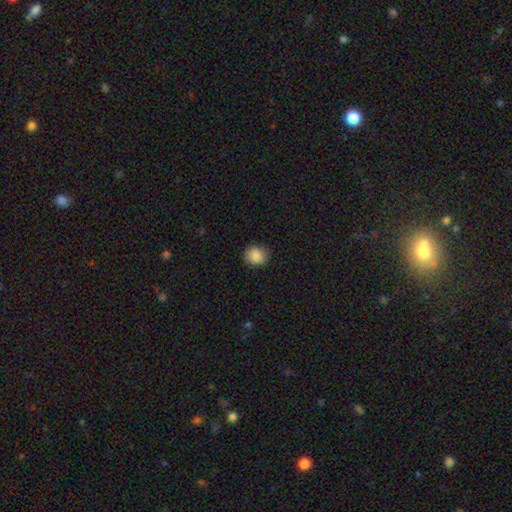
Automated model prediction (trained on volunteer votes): Morphology: type=smooth (87%); roundness=round (79%); merging=none (86%).